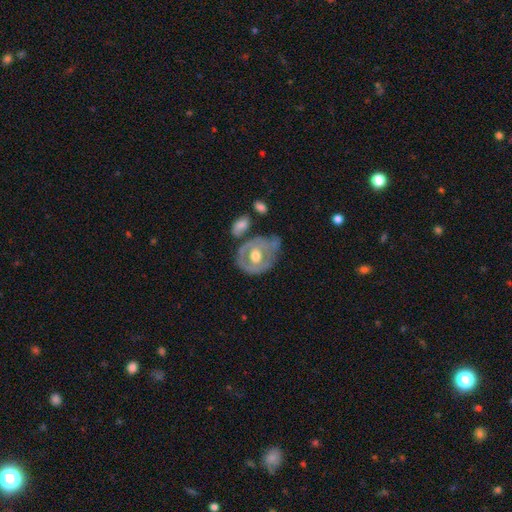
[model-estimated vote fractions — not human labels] This appears to be a featured or disk galaxy (65%) with no bar (73%), no spiral arms (64%) and a moderate central bulge (72%). Merging: none (46%).